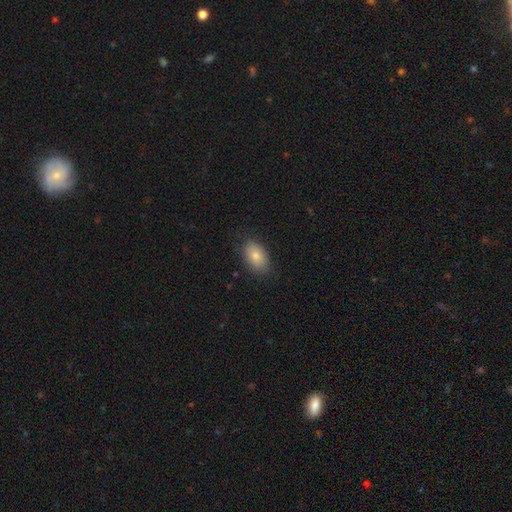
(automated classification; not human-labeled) Q: Smooth or featured?
A: smooth (81%); runner-up: featured or disk (12%)
Q: How rounded?
A: in between (90%); runner-up: round (9%)
Q: Merging?
A: none (82%); runner-up: minor disturbance (14%)